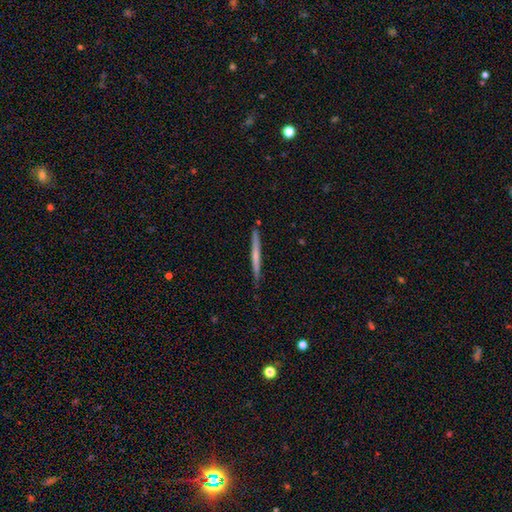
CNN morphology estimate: This is possibly a smooth galaxy (51%). How rounded: clearly cigar-shaped (97%). Merging: clearly none (87%).